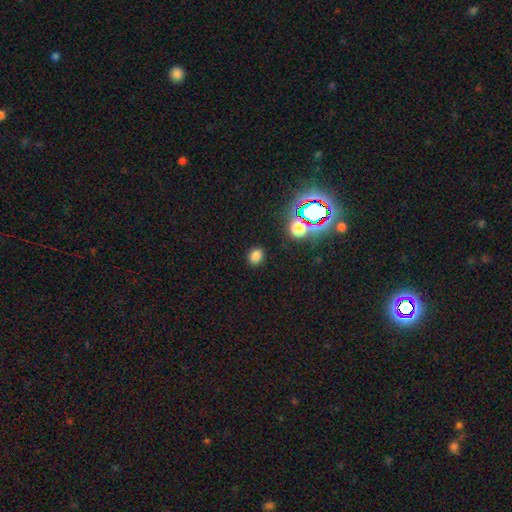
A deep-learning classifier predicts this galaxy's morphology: smooth-or-featured: smooth: 76% | star or artifact: 18% | featured or disk: 5%
  how-rounded: round: 56% | in between: 43% | cigar-shaped: 1%
  merging: none: 87% | minor disturbance: 8% | major disturbance: 3% | merger: 2%